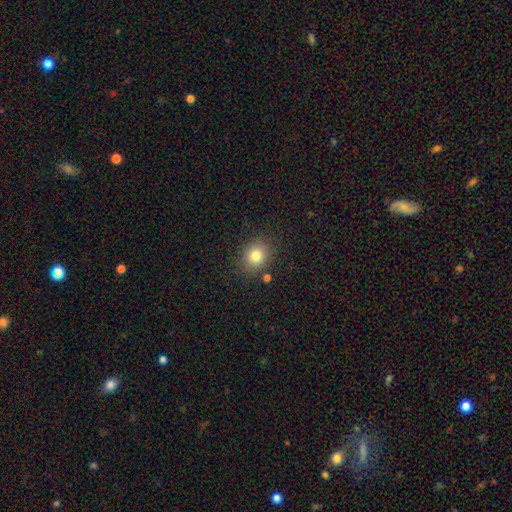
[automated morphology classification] smooth-or-featured: smooth: 80% | star or artifact: 12% | featured or disk: 8%
  how-rounded: round: 70% | in between: 29% | cigar-shaped: 1%
  merging: none: 84% | minor disturbance: 10% | merger: 4% | major disturbance: 3%